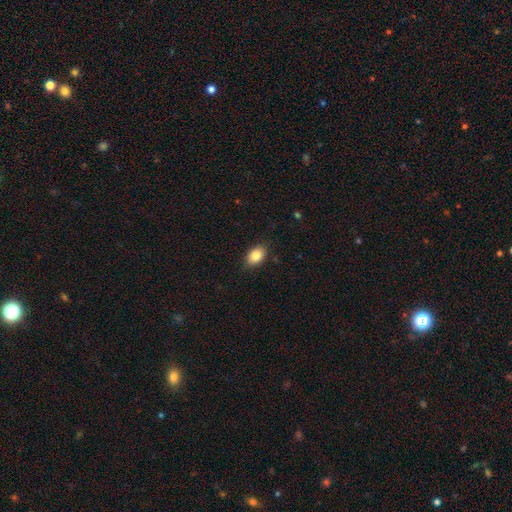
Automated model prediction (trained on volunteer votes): This appears to be a smooth galaxy with no disk features (85%) that is in between round and cigar-shaped (85%). Merging: none (86%).